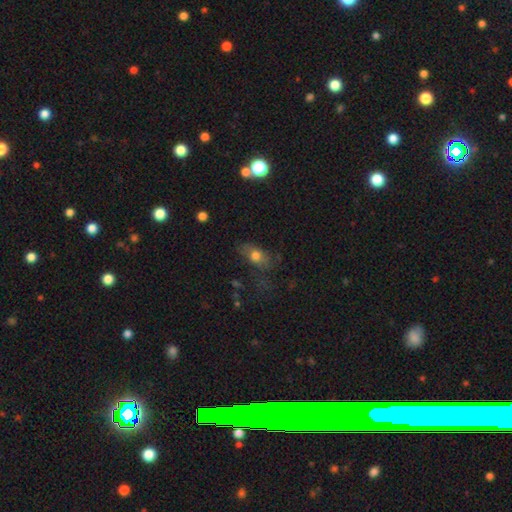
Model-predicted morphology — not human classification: This is likely a smooth galaxy (70%). How rounded: likely in between (75%). Merging: possibly none (53%).